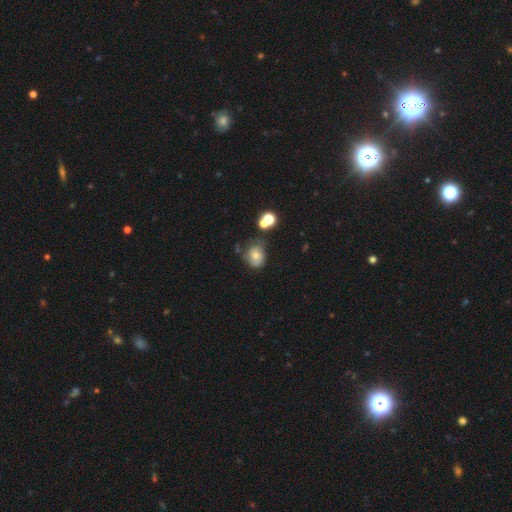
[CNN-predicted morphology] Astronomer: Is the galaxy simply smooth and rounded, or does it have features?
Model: smooth — 61%.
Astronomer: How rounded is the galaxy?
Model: round — 51% (runner-up: in between, 48%).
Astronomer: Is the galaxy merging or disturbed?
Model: none — 47% (runner-up: minor disturbance, 29%).